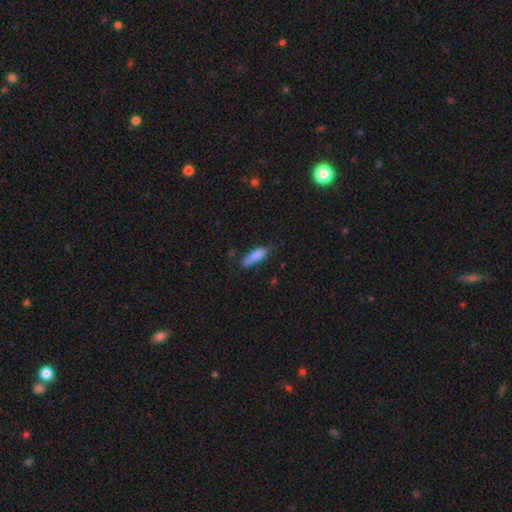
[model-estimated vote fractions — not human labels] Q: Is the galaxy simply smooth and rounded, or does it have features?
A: smooth — 82%.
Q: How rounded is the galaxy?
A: cigar-shaped — 50%.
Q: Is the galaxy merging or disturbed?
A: none — 59%.